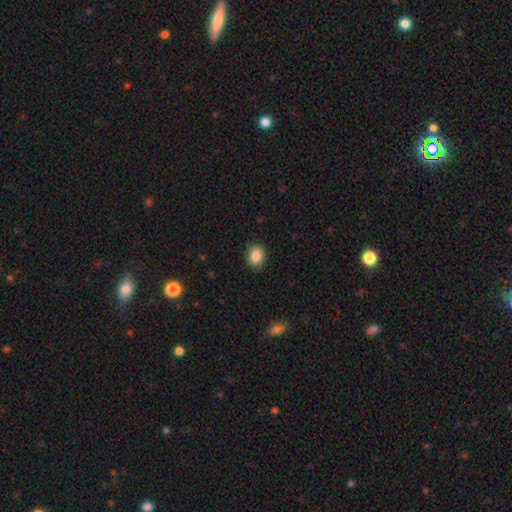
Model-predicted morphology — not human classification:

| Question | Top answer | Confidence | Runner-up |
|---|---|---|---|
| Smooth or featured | smooth | 86% | star or artifact (9%) |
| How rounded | in between | 52% | round (47%) |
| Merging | none | 88% | minor disturbance (9%) |